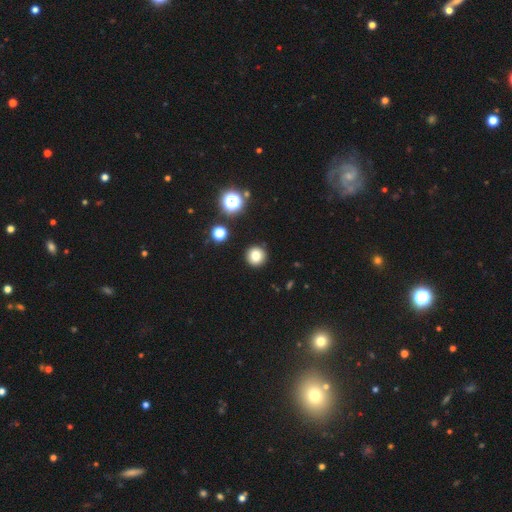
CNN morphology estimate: Q: Smooth or featured?
A: smooth (80%); runner-up: star or artifact (13%)
Q: How rounded?
A: round (95%); runner-up: in between (4%)
Q: Merging?
A: none (91%); runner-up: minor disturbance (5%)